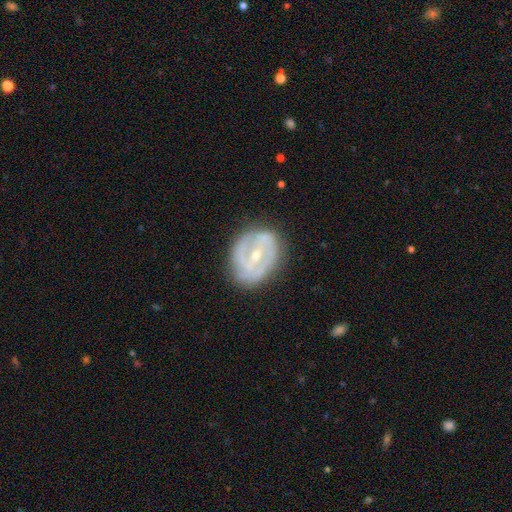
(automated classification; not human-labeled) Overall: featured or disk (79%). Edge-on disk: no (96%). Bar: weak (41%; strong 35%). Spiral arms: yes (72%). Spiral arm count: 2 (57%; can't tell 25%). Spiral winding: tight (49%; medium 36%). Bulge size: small (52%; moderate 45%). Merging: none (75%).